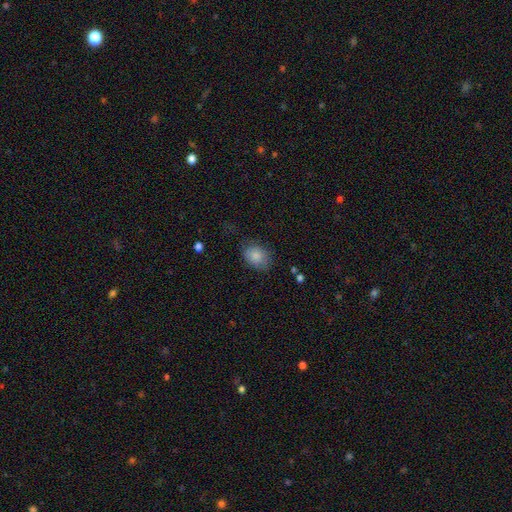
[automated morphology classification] This appears to be a smooth galaxy with no disk features (83%) that is in between round and cigar-shaped (66%). Merging: none (68%).